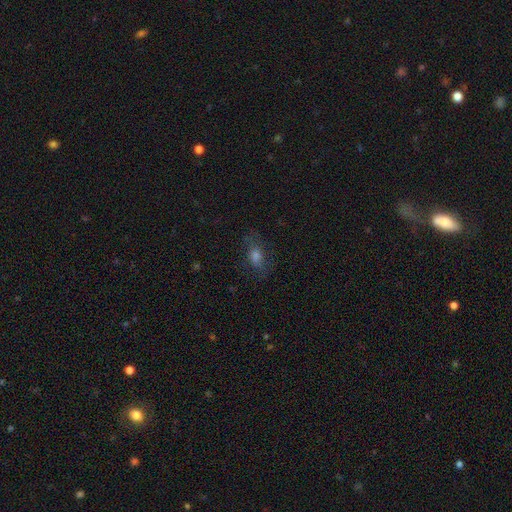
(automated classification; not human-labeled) The model was most divided on "smooth or featured": smooth: 50%, featured or disk: 28%, star or artifact: 22%. More confident: how rounded — in between (71%); merging — none (70%).